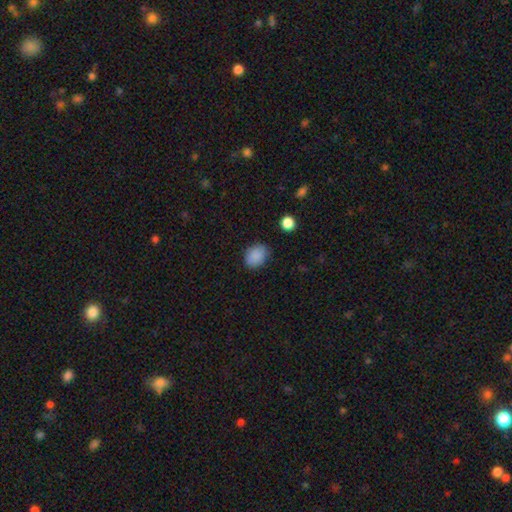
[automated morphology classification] type=smooth (87%); roundness=in between (55%); merging=none (79%).